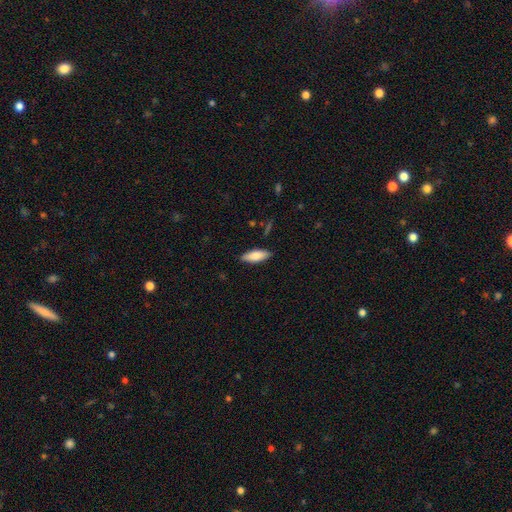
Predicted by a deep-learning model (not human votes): Smooth or featured? smooth (79%)
How rounded? in between (71%)
Merging? none (87%)